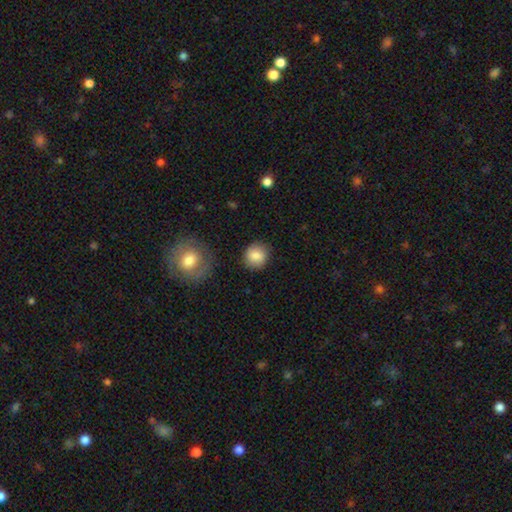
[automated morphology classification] smooth 84%, star or artifact 8%, featured or disk 8%. Down the decision tree: how rounded — round (83%); merging — none (84%).